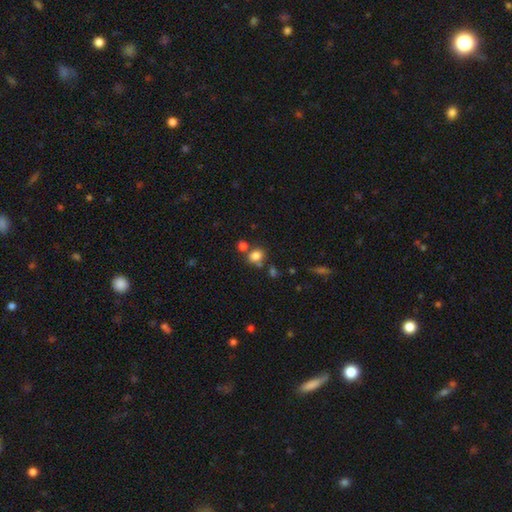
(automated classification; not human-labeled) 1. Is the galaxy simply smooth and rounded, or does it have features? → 80% smooth, 13% star or artifact, 7% featured or disk.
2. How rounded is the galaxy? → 54% round, 45% in between, 1% cigar-shaped.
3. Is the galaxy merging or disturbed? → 62% none, 22% merger, 12% minor disturbance, 4% major disturbance.